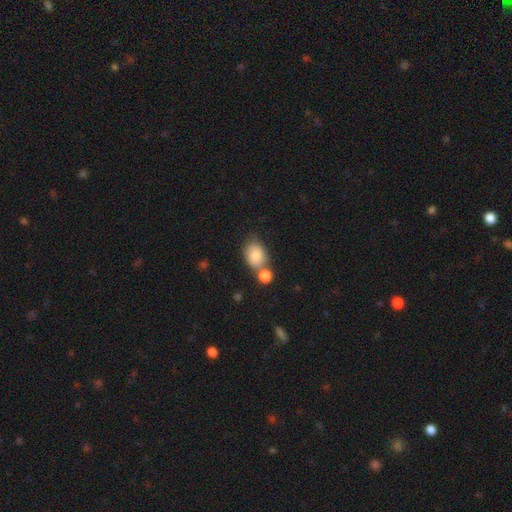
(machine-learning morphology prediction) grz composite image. It shows a smooth galaxy with no disk features (79%) that is in between round and cigar-shaped (67%). Merging: none (48%).